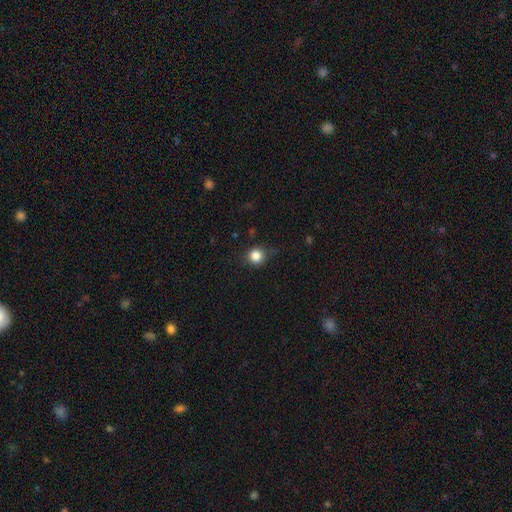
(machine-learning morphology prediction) smooth-or-featured: smooth: 84% | star or artifact: 11% | featured or disk: 5%
  how-rounded: round: 91% | in between: 8% | cigar-shaped: 1%
  merging: none: 80% | minor disturbance: 15% | major disturbance: 4% | merger: 1%